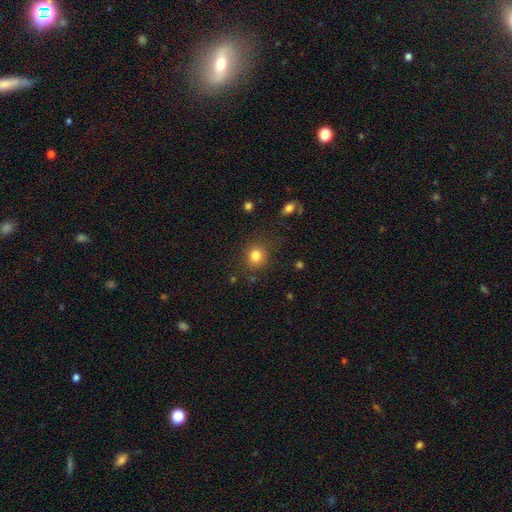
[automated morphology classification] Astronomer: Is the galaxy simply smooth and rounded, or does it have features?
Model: smooth — 82%.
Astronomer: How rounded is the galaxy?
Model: round — 84%.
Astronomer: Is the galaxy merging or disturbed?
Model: none — 84%.